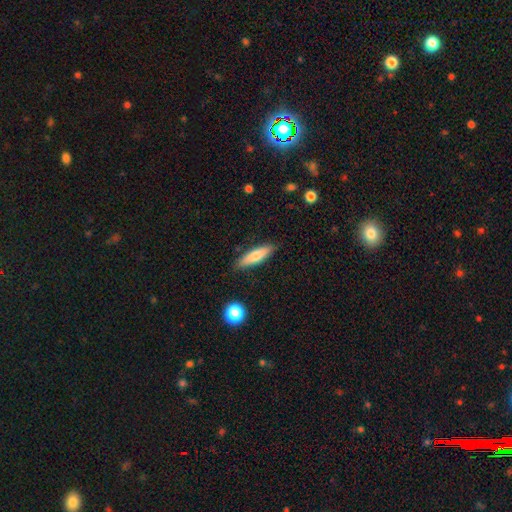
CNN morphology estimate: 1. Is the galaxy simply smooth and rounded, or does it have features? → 70% smooth, 24% featured or disk, 6% star or artifact.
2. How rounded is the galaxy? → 66% cigar-shaped, 32% in between, 2% round.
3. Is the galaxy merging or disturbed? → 85% none, 11% minor disturbance, 2% major disturbance, 2% merger.